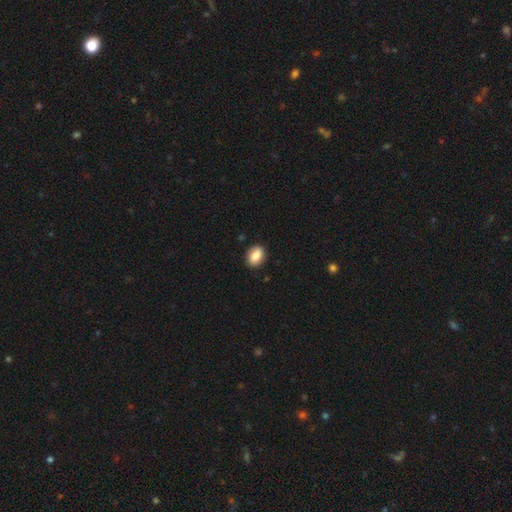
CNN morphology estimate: Q: Smooth or featured?
A: smooth (86%); runner-up: star or artifact (7%)
Q: How rounded?
A: in between (78%); runner-up: round (20%)
Q: Merging?
A: none (87%); runner-up: minor disturbance (10%)